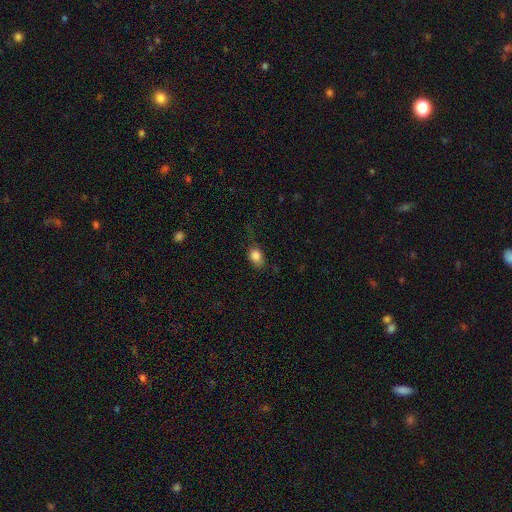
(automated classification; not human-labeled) A smooth galaxy with no disk features (84%) that is in between round and cigar-shaped (63%).

Vote fractions:
- Smooth or featured? smooth: 84% / star or artifact: 10% / featured or disk: 7%
- How rounded? in between: 63% / round: 35% / cigar-shaped: 2%
- Merging? none: 61% / minor disturbance: 26% / major disturbance: 11% / merger: 2%